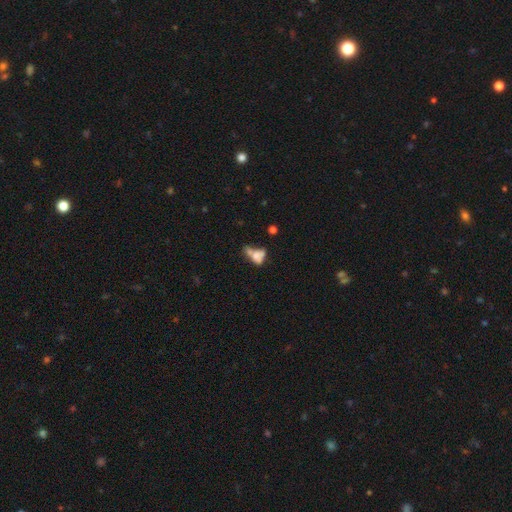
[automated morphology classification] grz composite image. It shows a smooth galaxy with no disk features (60%) that is in between round and cigar-shaped (75%). Merging: merger (50%).